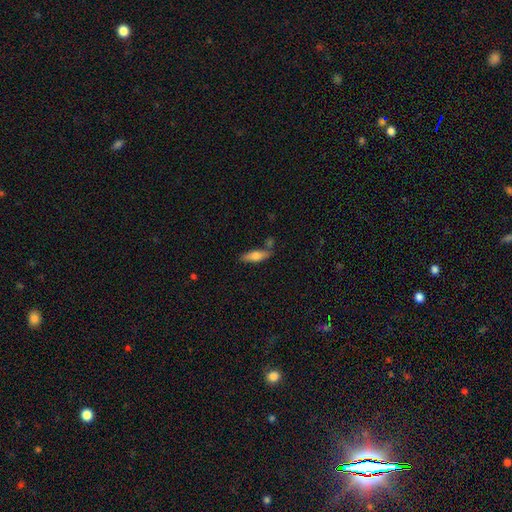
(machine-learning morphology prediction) Smooth or featured?
  - smooth: 68% *
  - featured or disk: 25%
  - star or artifact: 7%
How rounded?
  - in between: 50% *
  - cigar-shaped: 48%
  - round: 2%
Merging?
  - none: 70% *
  - minor disturbance: 16%
  - merger: 11%
  - major disturbance: 4%